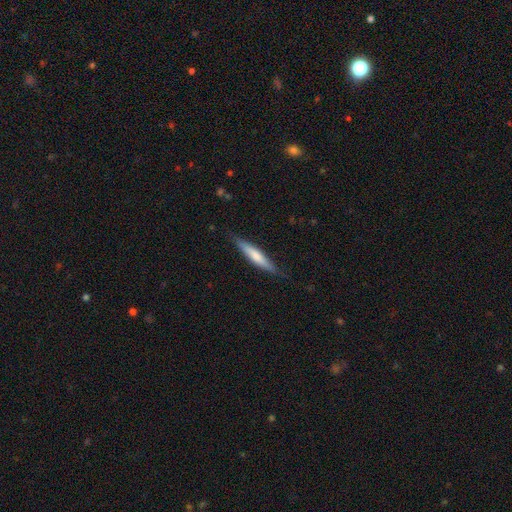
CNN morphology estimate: The model was most divided on "smooth or featured": smooth: 61%, featured or disk: 33%, star or artifact: 5%. More confident: how rounded — cigar-shaped (89%); merging — none (84%).